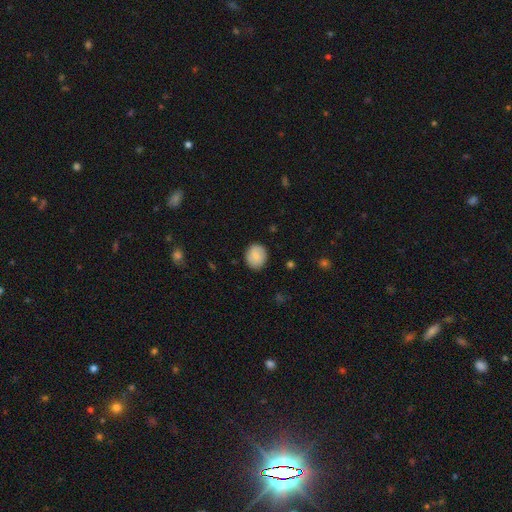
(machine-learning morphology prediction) Overall: smooth (83%). How rounded: round (76%). Merging: none (88%).